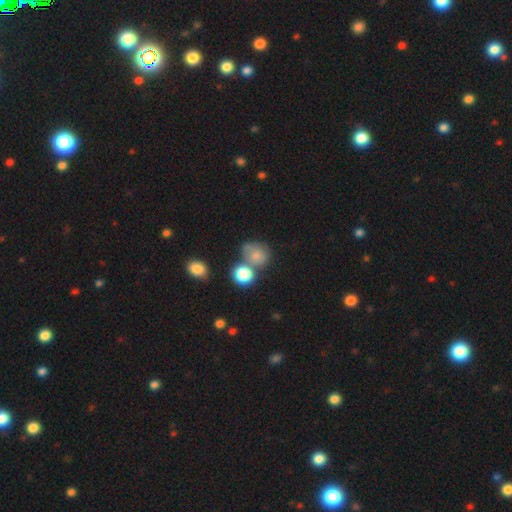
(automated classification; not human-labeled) smooth_or_featured: smooth (p=0.72) [alt: featured or disk p=0.15]
how_rounded: round (p=0.67) [alt: in between p=0.32]
merging: none (p=0.43) [alt: merger p=0.28]